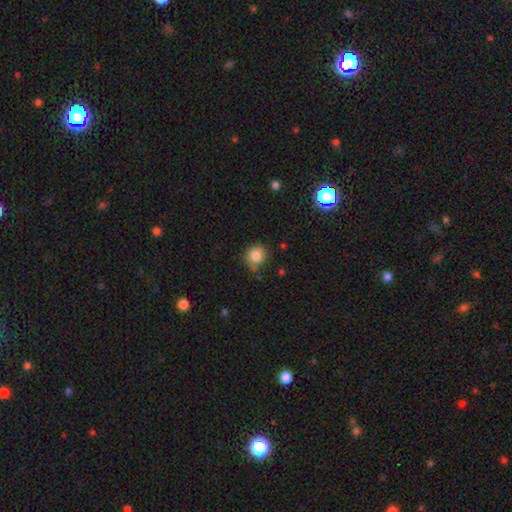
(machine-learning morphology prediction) A smooth galaxy with no disk features (84%) that is round (75%). Merging: none (70%).